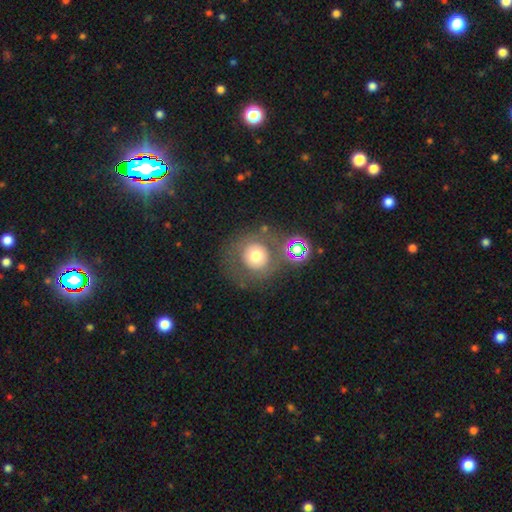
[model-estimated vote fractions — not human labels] This appears to be a smooth galaxy with no disk features (61%) that is round (92%). Merging: none (67%).